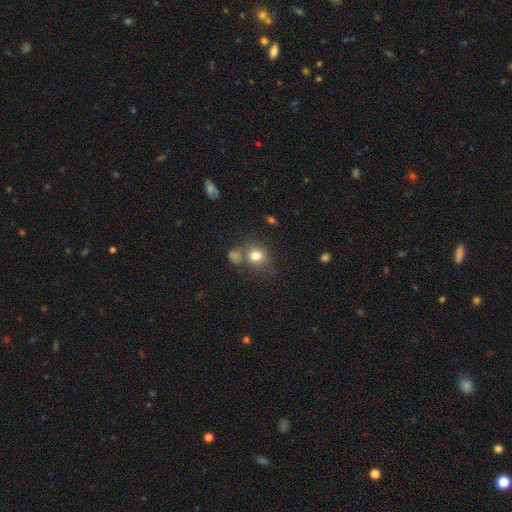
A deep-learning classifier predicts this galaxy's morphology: The model was most divided on "merging": none: 60%, merger: 19%, minor disturbance: 15%, major disturbance: 6%. More confident: smooth or featured — smooth (79%); how rounded — round (75%).